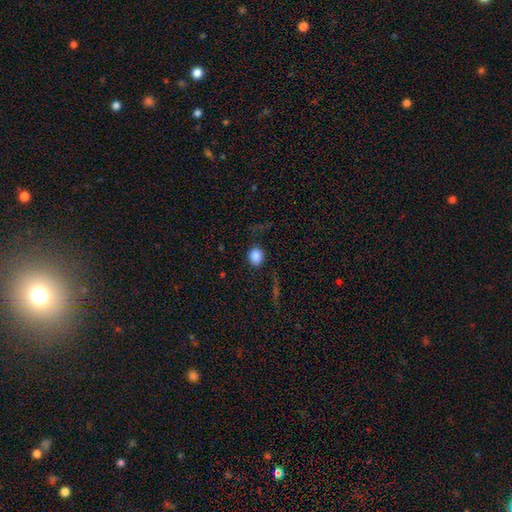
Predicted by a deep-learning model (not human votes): Morphology: type=smooth (85%); roundness=round (78%); merging=none (82%).